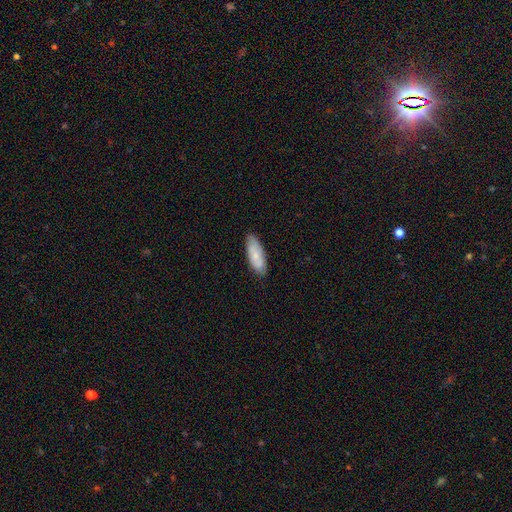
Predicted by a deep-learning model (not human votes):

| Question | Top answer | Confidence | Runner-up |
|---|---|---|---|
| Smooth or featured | smooth | 75% | featured or disk (19%) |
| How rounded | in between | 70% | cigar-shaped (28%) |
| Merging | none | 82% | minor disturbance (14%) |